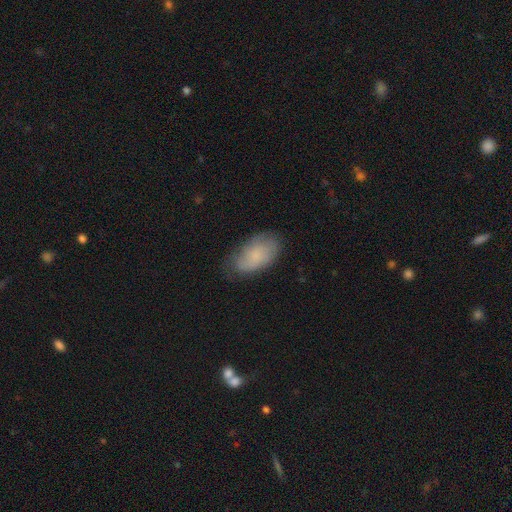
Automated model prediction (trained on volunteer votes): smooth 74%, featured or disk 19%, star or artifact 7%. Down the decision tree: how rounded — in between (94%); merging — none (68%).